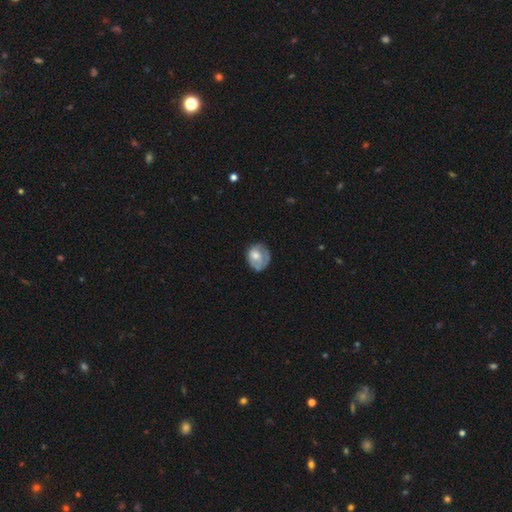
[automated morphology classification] Smooth or featured: smooth — 56% (featured or disk — 37%)
How rounded: round — 66% (in between — 33%)
Merging: none — 52% (minor disturbance — 32%)